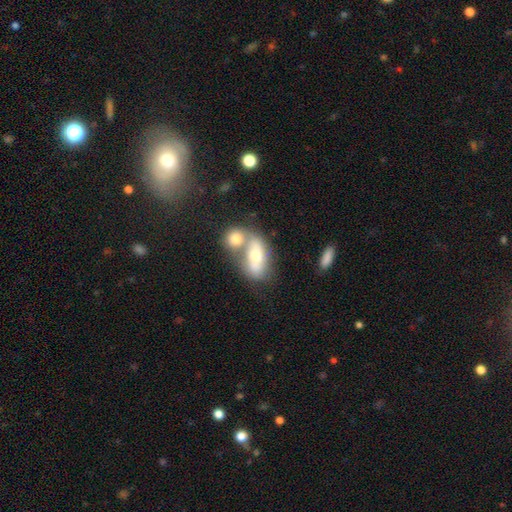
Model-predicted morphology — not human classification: smooth_or_featured: smooth (p=0.58) [alt: featured or disk p=0.35]
how_rounded: in between (p=0.80) [alt: round p=0.14]
merging: merger (p=0.60) [alt: none p=0.25]